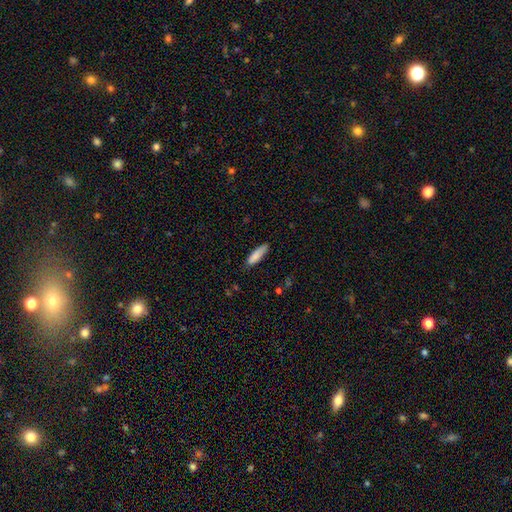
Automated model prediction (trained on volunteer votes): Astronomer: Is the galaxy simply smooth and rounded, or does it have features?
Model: smooth — 85%.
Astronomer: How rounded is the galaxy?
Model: cigar-shaped — 65%.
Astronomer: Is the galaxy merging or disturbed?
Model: none — 76%.